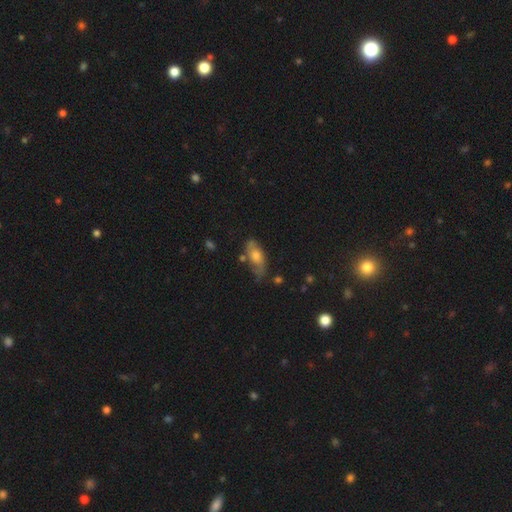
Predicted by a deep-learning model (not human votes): Overall: smooth (45%, tied with featured or disk). Merging: none (61%; minor disturbance 25%).